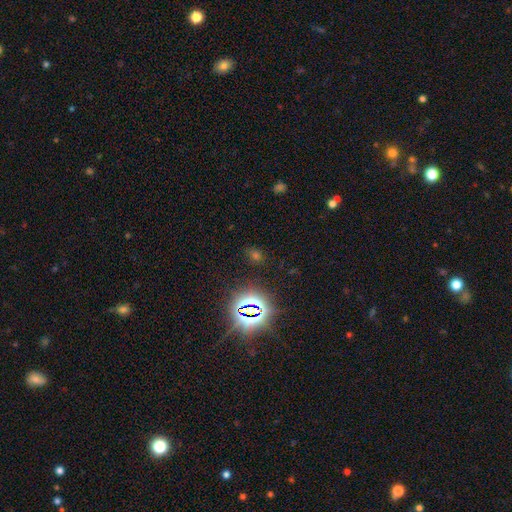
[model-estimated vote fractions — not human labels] star or artifact 62%, smooth 30%, featured or disk 8%.